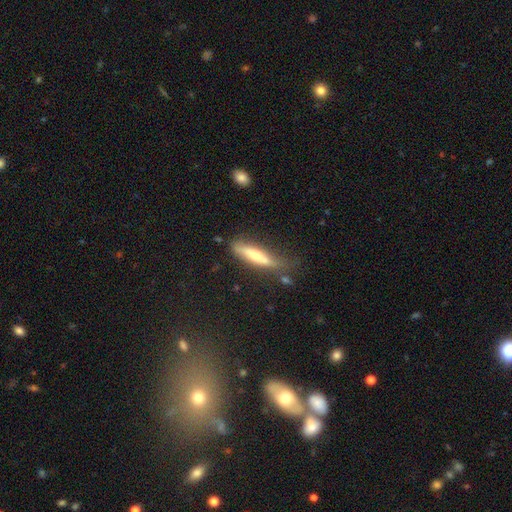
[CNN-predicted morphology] Smooth or featured? smooth (54%)
How rounded? cigar-shaped (82%)
Merging? none (61%)